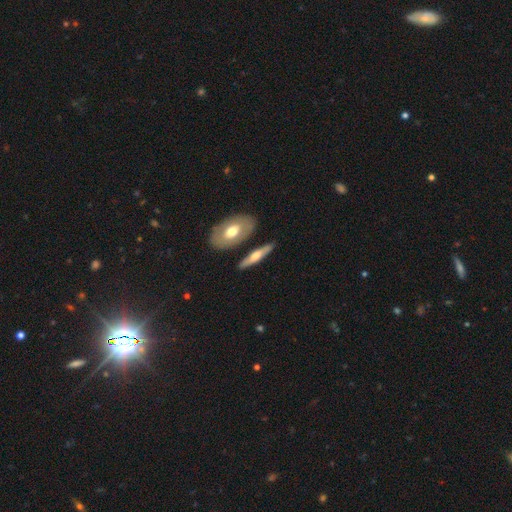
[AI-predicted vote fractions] The model was most divided on "smooth or featured": featured or disk: 50%, smooth: 45%, star or artifact: 5%. More confident: merging — none (81%).